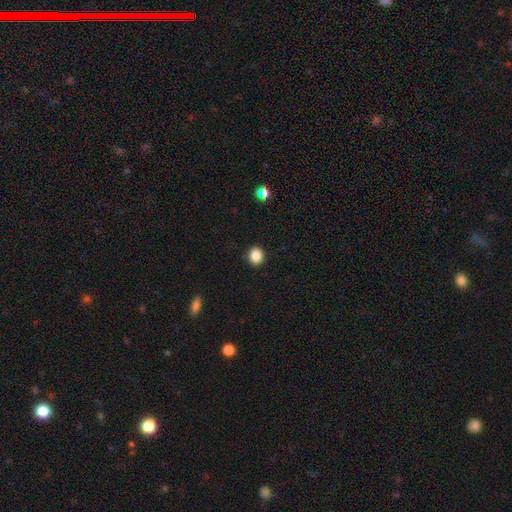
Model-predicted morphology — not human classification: This is clearly a smooth galaxy (86%). How rounded: likely round (77%). Merging: clearly none (92%).